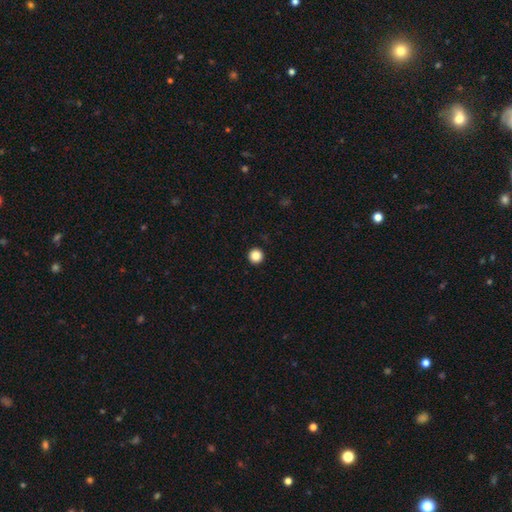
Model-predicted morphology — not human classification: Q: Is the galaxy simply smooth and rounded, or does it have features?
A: smooth — 86%.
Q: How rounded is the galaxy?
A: round — 97%.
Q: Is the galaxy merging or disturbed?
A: none — 95%.